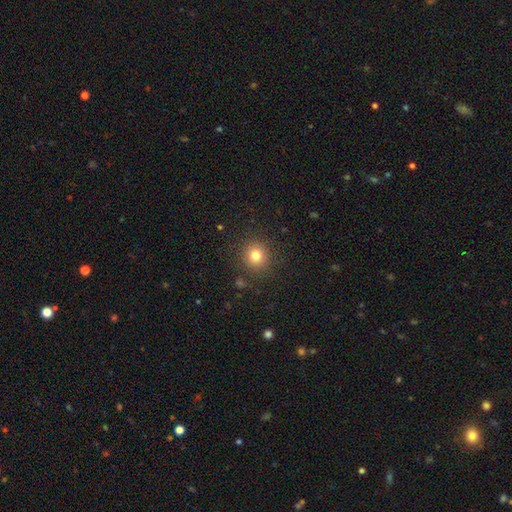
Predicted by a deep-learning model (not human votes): smooth-or-featured: smooth: 79% | star or artifact: 14% | featured or disk: 7%
  how-rounded: round: 89% | in between: 10% | cigar-shaped: 1%
  merging: none: 88% | minor disturbance: 7% | major disturbance: 3% | merger: 2%